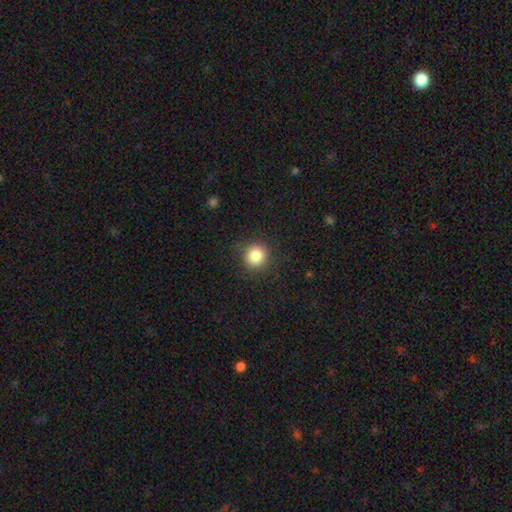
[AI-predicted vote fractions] This is clearly a smooth galaxy (84%). How rounded: clearly round (92%). Merging: clearly none (89%).